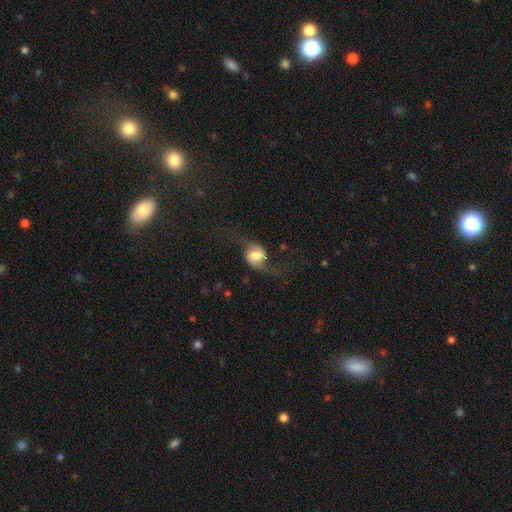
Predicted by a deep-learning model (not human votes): Smooth or featured?
  - featured or disk: 63% *
  - smooth: 29%
  - star or artifact: 8%
Edge-on disk?
  - no: 94% *
  - yes: 6%
Bar?
  - no: 52% *
  - weak: 35%
  - strong: 13%
Spiral arms?
  - yes: 91% *
  - no: 9%
Spiral winding?
  - loose: 87% *
  - medium: 10%
  - tight: 2%
Spiral arm count?
  - 2: 91% *
  - 1: 4%
  - can't tell: 2%
  - 3: 1%
  - 4: 1%
  - more than 4: 1%
Bulge size?
  - moderate: 44% *
  - large: 27%
  - small: 13%
  - dominant: 12%
  - none: 3%
Merging?
  - none: 62% *
  - major disturbance: 19%
  - minor disturbance: 17%
  - merger: 2%